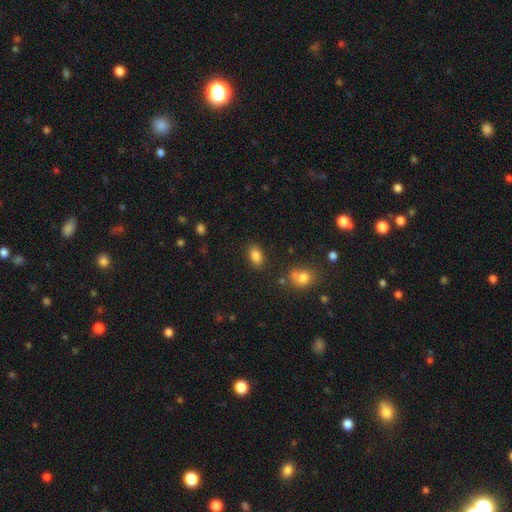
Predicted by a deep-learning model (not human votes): Morphology: type=smooth (85%); roundness=in between (86%); merging=none (83%).